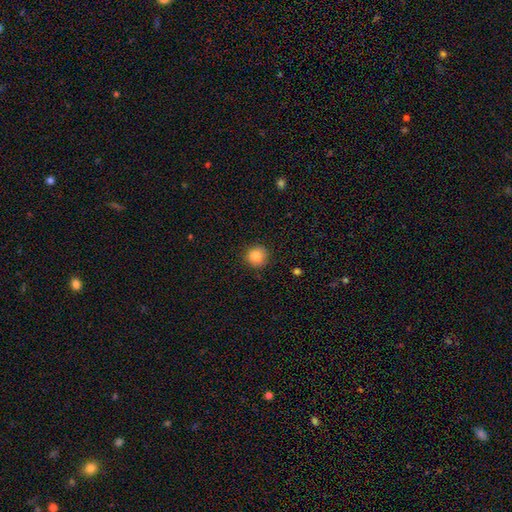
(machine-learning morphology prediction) Smooth or featured?
  - smooth: 84% *
  - star or artifact: 10%
  - featured or disk: 6%
How rounded?
  - round: 93% *
  - in between: 6%
  - cigar-shaped: 1%
Merging?
  - none: 88% *
  - minor disturbance: 8%
  - major disturbance: 2%
  - merger: 1%